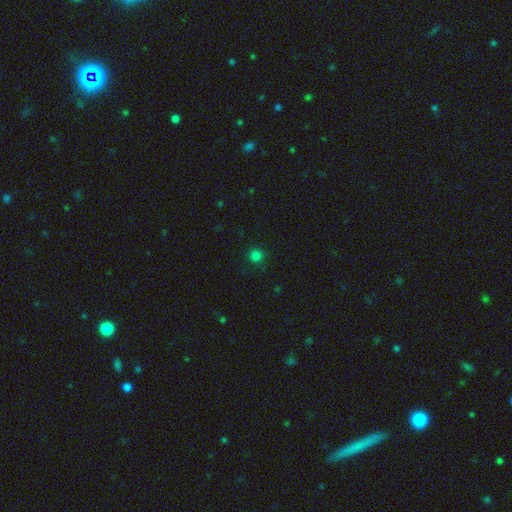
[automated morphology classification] smooth 80%, star or artifact 17%, featured or disk 3%. Down the decision tree: how rounded — round (94%); merging — none (89%).